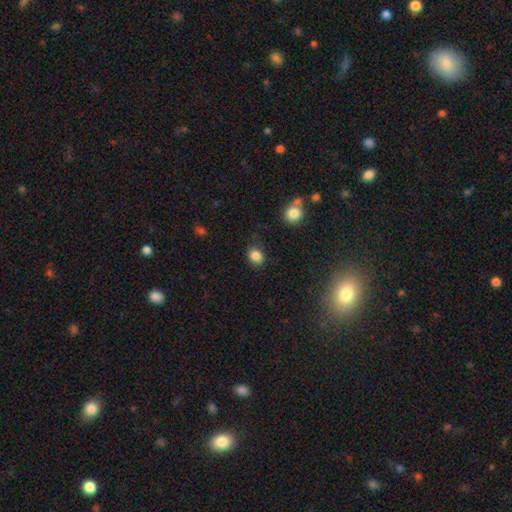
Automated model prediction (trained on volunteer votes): This appears to be a smooth galaxy with no disk features (85%) that is round (50%). Merging: none (79%).